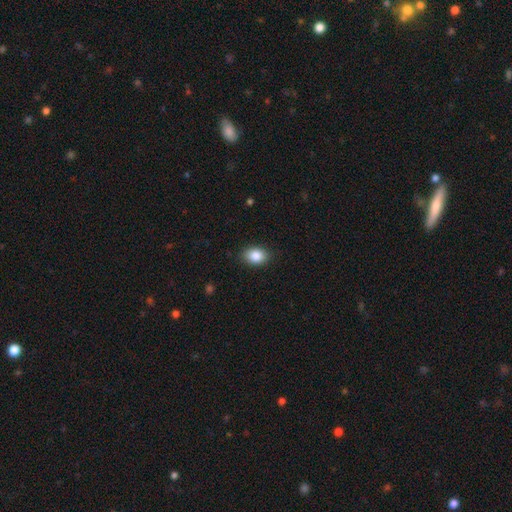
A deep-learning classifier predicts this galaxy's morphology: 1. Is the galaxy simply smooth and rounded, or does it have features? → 86% smooth, 8% star or artifact, 5% featured or disk.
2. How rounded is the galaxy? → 73% in between, 26% round, 1% cigar-shaped.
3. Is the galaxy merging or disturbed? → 87% none, 10% minor disturbance, 2% major disturbance, 1% merger.